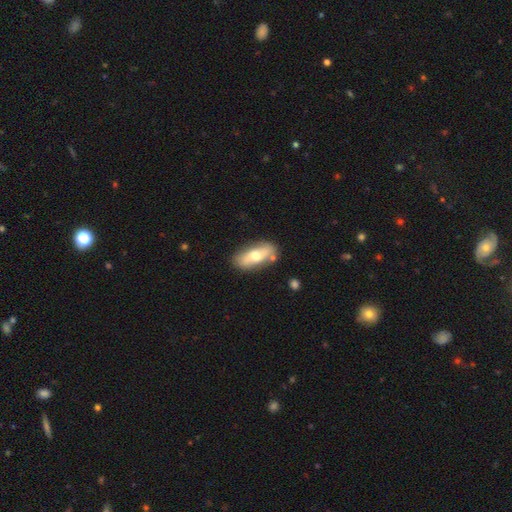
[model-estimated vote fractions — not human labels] Q: Smooth or featured?
A: smooth (52%); runner-up: featured or disk (42%)
Q: How rounded?
A: in between (81%); runner-up: cigar-shaped (15%)
Q: Merging?
A: none (77%); runner-up: minor disturbance (14%)